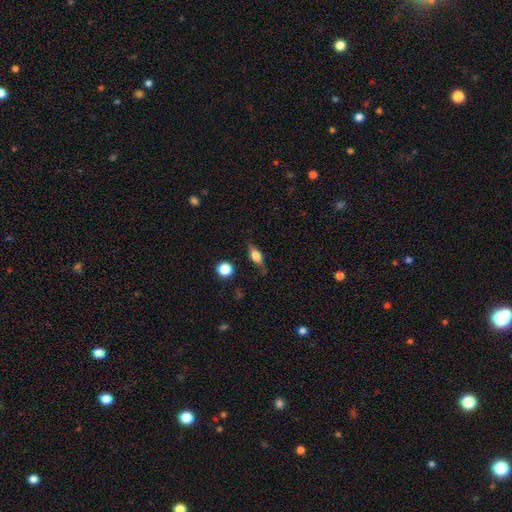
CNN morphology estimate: Smooth or featured? smooth (61%)
How rounded? in between (71%)
Merging? none (69%)